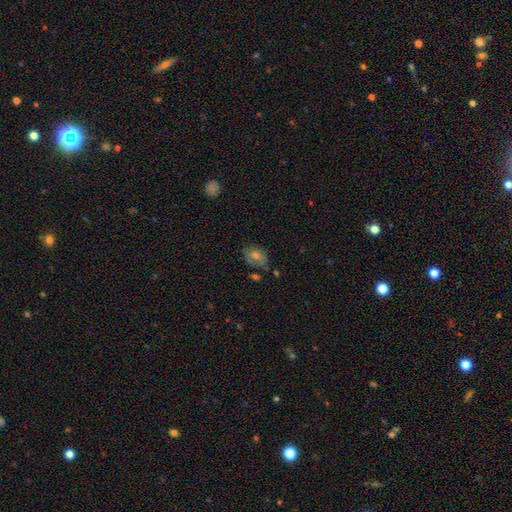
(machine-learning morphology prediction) Smooth or featured: smooth — 58% (featured or disk — 27%)
How rounded: in between — 65% (round — 34%)
Merging: none — 72% (minor disturbance — 18%)